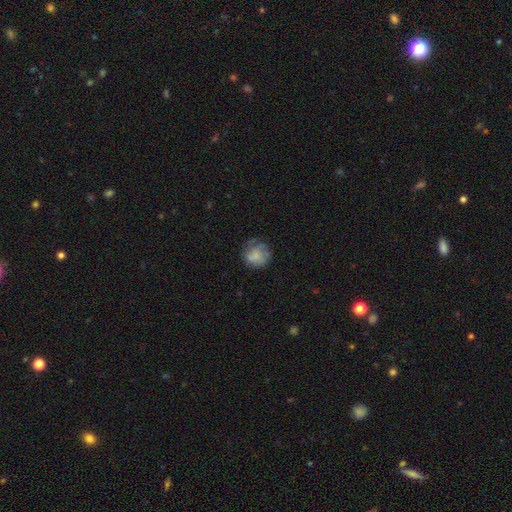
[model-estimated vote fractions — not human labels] A smooth galaxy with no disk features (65%) that is round (84%).

Vote fractions:
- Smooth or featured? smooth: 65% / featured or disk: 26% / star or artifact: 9%
- How rounded? round: 84% / in between: 15% / cigar-shaped: 1%
- Merging? none: 63% / minor disturbance: 24% / major disturbance: 12% / merger: 2%